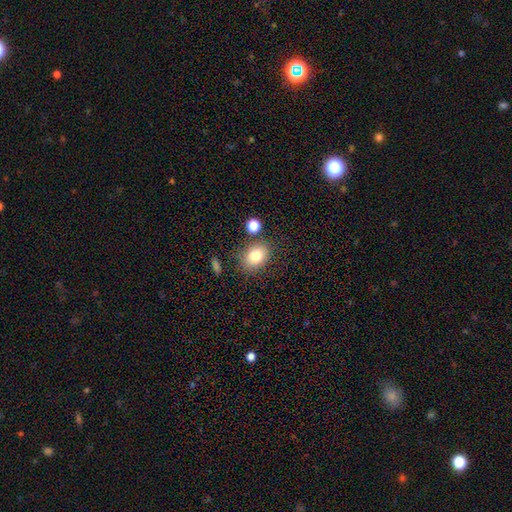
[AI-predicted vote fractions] Smooth or featured?
  - smooth: 81% *
  - star or artifact: 10%
  - featured or disk: 9%
How rounded?
  - in between: 61% *
  - round: 37%
  - cigar-shaped: 1%
Merging?
  - none: 76% *
  - minor disturbance: 13%
  - merger: 7%
  - major disturbance: 4%